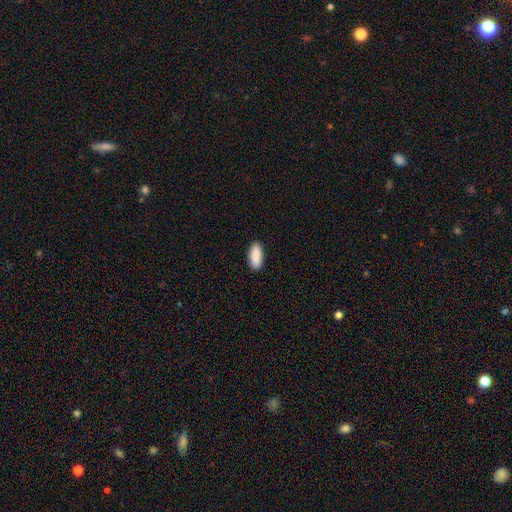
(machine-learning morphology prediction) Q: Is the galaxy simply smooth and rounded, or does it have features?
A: smooth — 90%.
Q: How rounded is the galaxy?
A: in between — 82%.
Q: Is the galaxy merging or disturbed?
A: none — 89%.